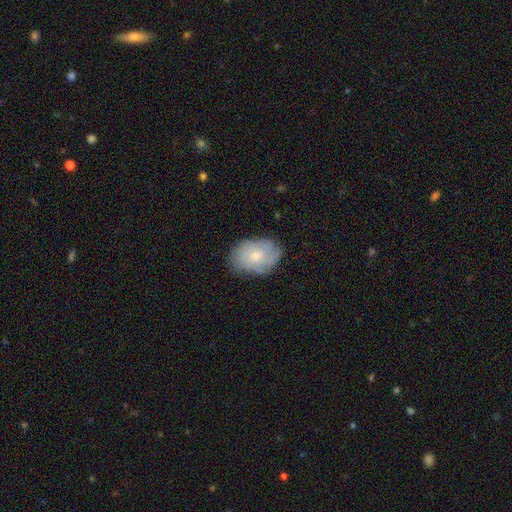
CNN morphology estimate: smooth_or_featured: featured or disk (p=0.50) [alt: smooth p=0.43]
merging: none (p=0.74) [alt: minor disturbance p=0.20]